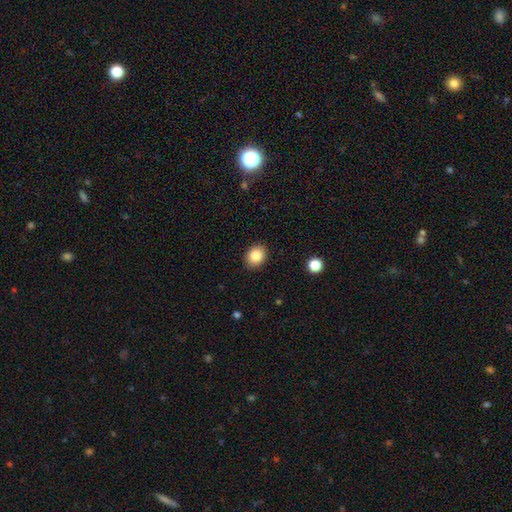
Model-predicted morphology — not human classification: type=smooth (85%); roundness=round (53%); merging=none (89%).